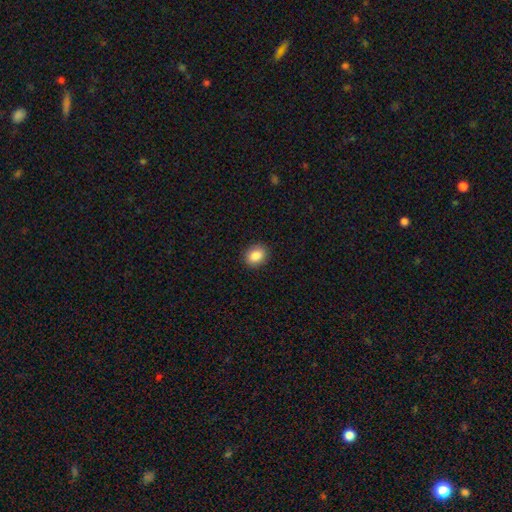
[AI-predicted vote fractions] A smooth galaxy with no disk features (88%) that is in between round and cigar-shaped (56%).

Vote fractions:
- Smooth or featured? smooth: 88% / star or artifact: 8% / featured or disk: 4%
- How rounded? in between: 56% / round: 43% / cigar-shaped: 1%
- Merging? none: 90% / minor disturbance: 7% / major disturbance: 2% / merger: 1%